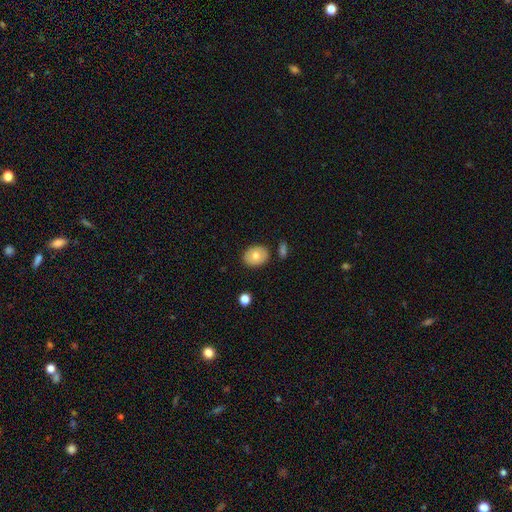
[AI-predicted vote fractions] Smooth or featured? smooth (74%)
How rounded? in between (55%)
Merging? none (82%)